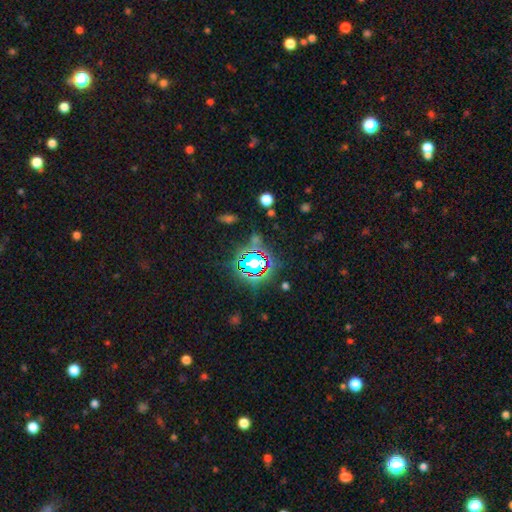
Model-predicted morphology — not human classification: Smooth or featured? star or artifact (81%)